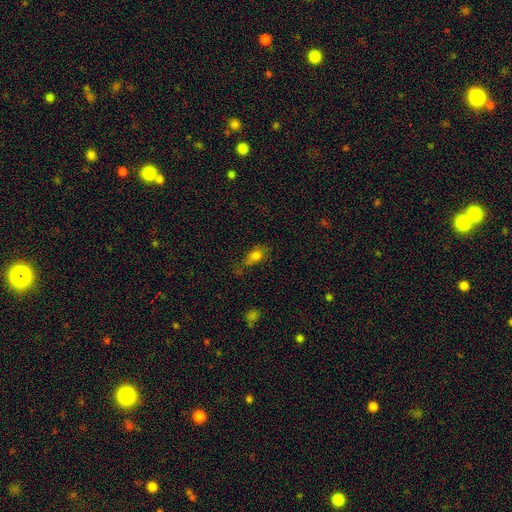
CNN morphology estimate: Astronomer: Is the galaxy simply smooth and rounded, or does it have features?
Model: smooth — 75%.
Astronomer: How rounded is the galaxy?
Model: in between — 74%.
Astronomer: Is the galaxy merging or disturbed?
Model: none — 45% (runner-up: minor disturbance, 30%).